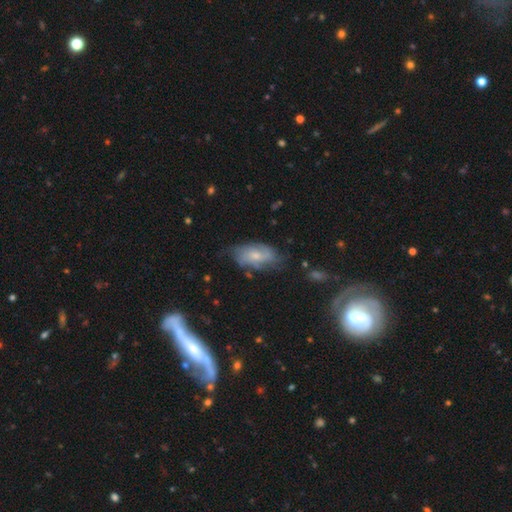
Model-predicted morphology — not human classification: Overall: featured or disk (54%; smooth 39%). Edge-on disk: no (91%). Merging: none (60%; minor disturbance 27%).